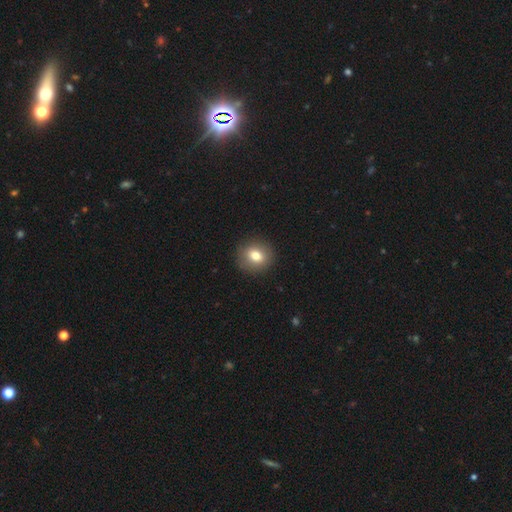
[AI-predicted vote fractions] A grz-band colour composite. It shows a smooth galaxy with no disk features (77%) that is round (79%). Merging: none (90%).